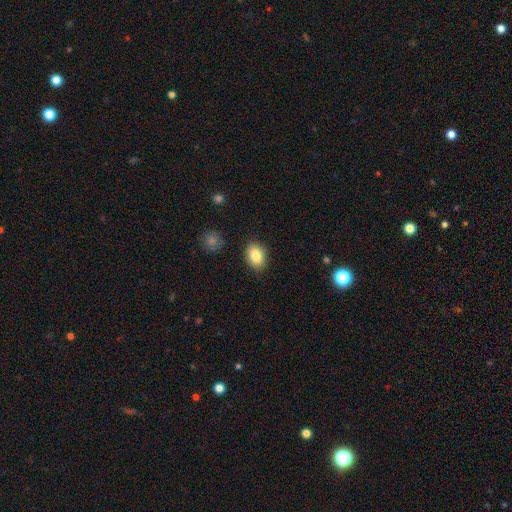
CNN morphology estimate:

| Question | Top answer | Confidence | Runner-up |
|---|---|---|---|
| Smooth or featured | smooth | 85% | star or artifact (8%) |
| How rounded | in between | 80% | round (19%) |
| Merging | none | 87% | minor disturbance (9%) |